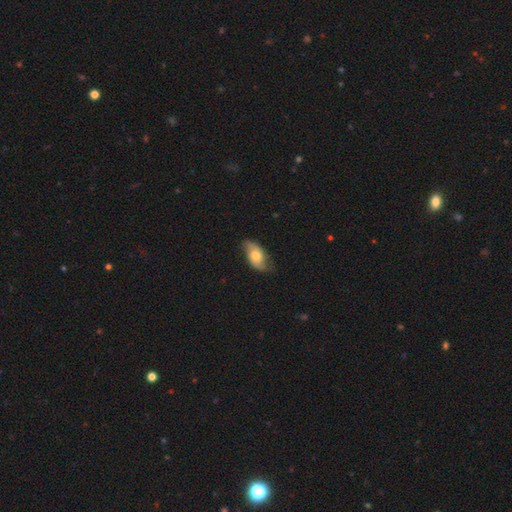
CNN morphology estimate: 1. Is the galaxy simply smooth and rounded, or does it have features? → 56% featured or disk, 38% smooth, 6% star or artifact.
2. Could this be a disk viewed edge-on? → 91% no, 9% yes.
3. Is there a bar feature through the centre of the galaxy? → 70% no, 24% weak, 6% strong.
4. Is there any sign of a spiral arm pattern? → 84% yes, 16% no.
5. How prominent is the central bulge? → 65% moderate, 22% small, 10% large, 2% none, 1% dominant.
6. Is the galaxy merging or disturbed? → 73% none, 20% minor disturbance, 5% major disturbance, 1% merger.